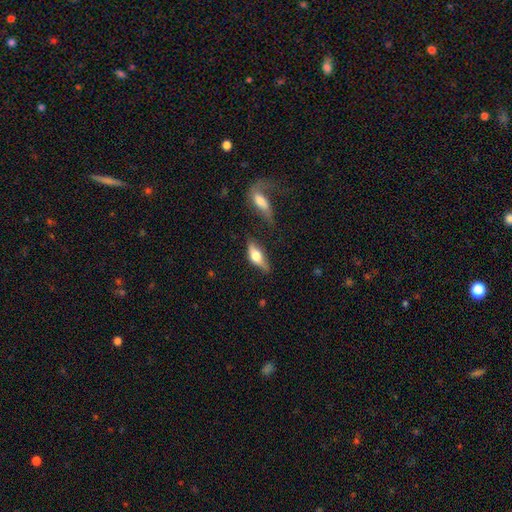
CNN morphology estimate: smooth 50%, featured or disk 43%, star or artifact 7%. Down the decision tree: how rounded — in between (64%); merging — none (62%).